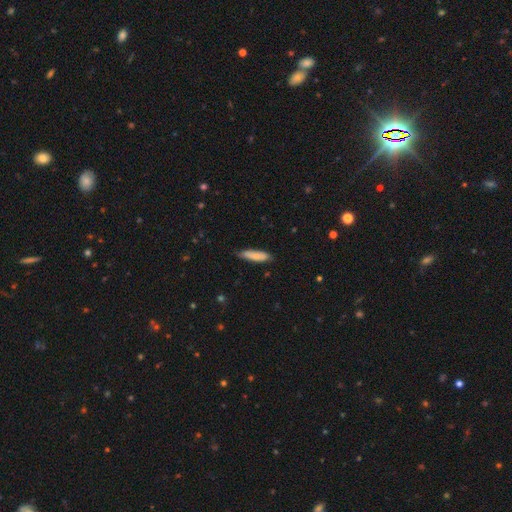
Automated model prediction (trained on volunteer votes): This is clearly a smooth galaxy (80%). How rounded: likely cigar-shaped (72%). Merging: likely none (77%).